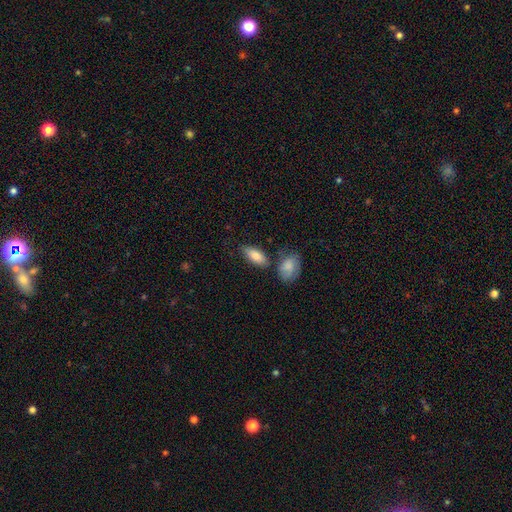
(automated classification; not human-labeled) This is clearly a smooth galaxy (81%). How rounded: clearly in between (85%). Merging: likely none (66%).